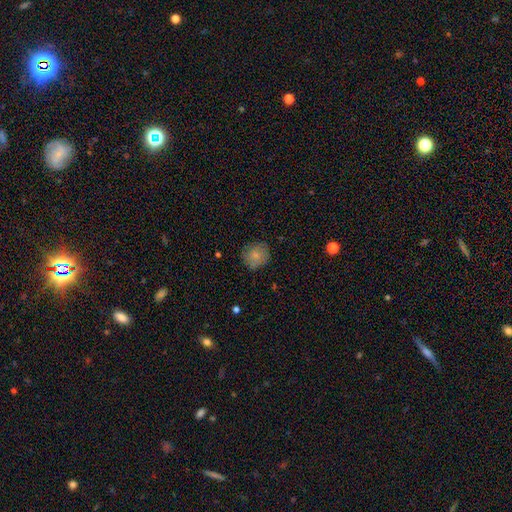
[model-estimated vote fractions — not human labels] Smooth or featured?
  - smooth: 80% *
  - featured or disk: 12%
  - star or artifact: 8%
How rounded?
  - round: 84% *
  - in between: 15%
  - cigar-shaped: 1%
Merging?
  - none: 80% *
  - minor disturbance: 15%
  - major disturbance: 3%
  - merger: 1%